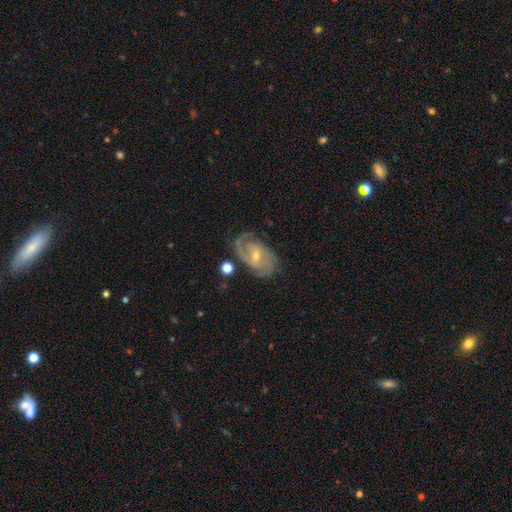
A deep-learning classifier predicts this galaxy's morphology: Smooth or featured: featured or disk — 86% (smooth — 8%)
Edge-on disk: no — 96% (yes — 4%)
Bar: weak — 51% (no — 32%)
Spiral arms: yes — 96% (no — 4%)
Spiral winding: tight — 46% (medium — 43%)
Spiral arm count: 2 — 70% (can't tell — 11%)
Bulge size: small — 60% (moderate — 36%)
Merging: none — 75% (minor disturbance — 16%)